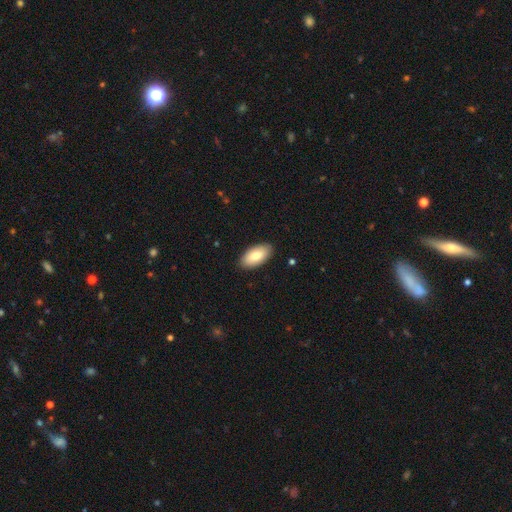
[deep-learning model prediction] Smooth or featured: smooth — 81% (featured or disk — 14%)
How rounded: in between — 94% (cigar-shaped — 4%)
Merging: none — 89% (minor disturbance — 9%)